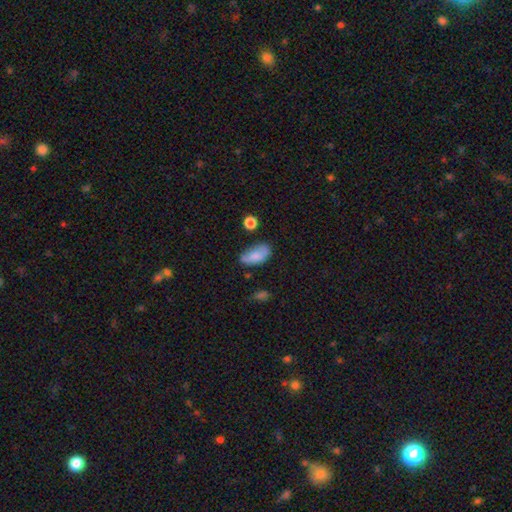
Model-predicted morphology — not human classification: smooth-or-featured: smooth: 78% | featured or disk: 15% | star or artifact: 8%
  how-rounded: in between: 92% | round: 4% | cigar-shaped: 4%
  merging: none: 56% | minor disturbance: 30% | major disturbance: 9% | merger: 5%